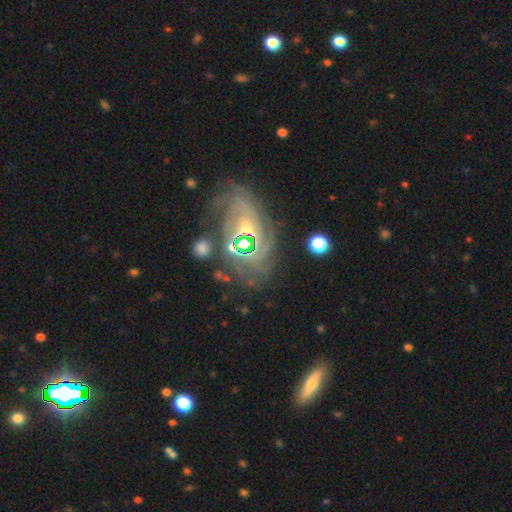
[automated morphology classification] The model was most divided on "spiral arm count": can't tell: 36%, 2: 27%, 3: 14%, 4: 8%, 1: 7%, more than 4: 7%. Remaining: edge-on disk — no (95%); spiral arms — yes (86%); smooth or featured — featured or disk (76%); merging — none (55%); bar — no (55%); spiral winding — tight (50%); bulge size — moderate (48%).